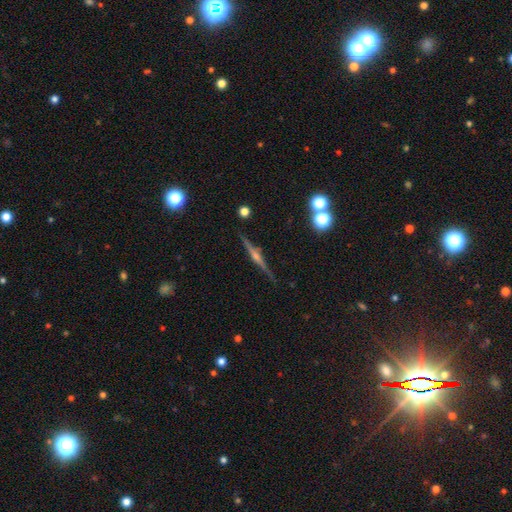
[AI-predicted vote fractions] Overall: featured or disk (81%). Edge-on disk: yes (98%). Edge-on bulge: rounded (85%). Merging: none (89%).